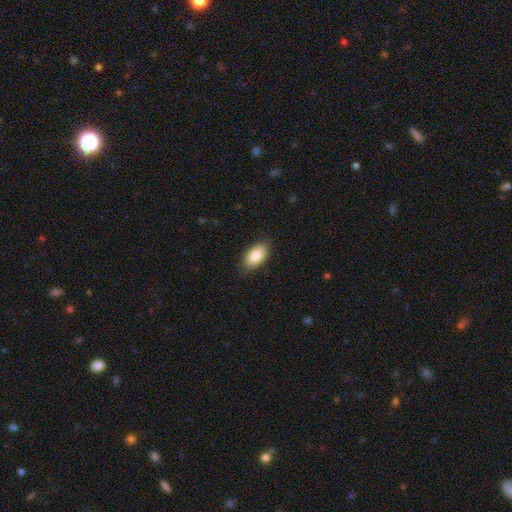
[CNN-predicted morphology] smooth_or_featured: smooth (p=0.86) [alt: featured or disk p=0.08]
how_rounded: in between (p=0.93) [alt: round p=0.05]
merging: none (p=0.83) [alt: minor disturbance p=0.14]